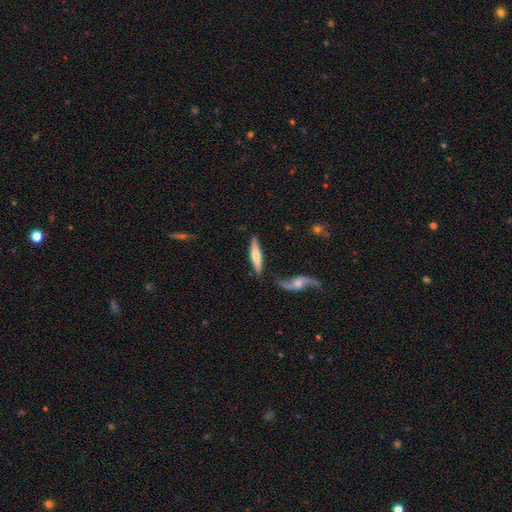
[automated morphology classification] The model was most divided on "smooth or featured": featured or disk: 54%, smooth: 41%, star or artifact: 5%. More confident: edge-on disk — yes (87%); merging — none (78%).